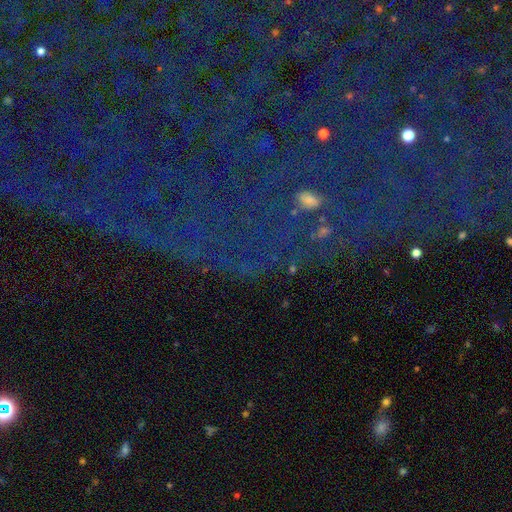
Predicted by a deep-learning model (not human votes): A star or artifact, not a galaxy (82%).

Vote fractions:
- Smooth or featured? star or artifact: 82% / featured or disk: 9% / smooth: 9%